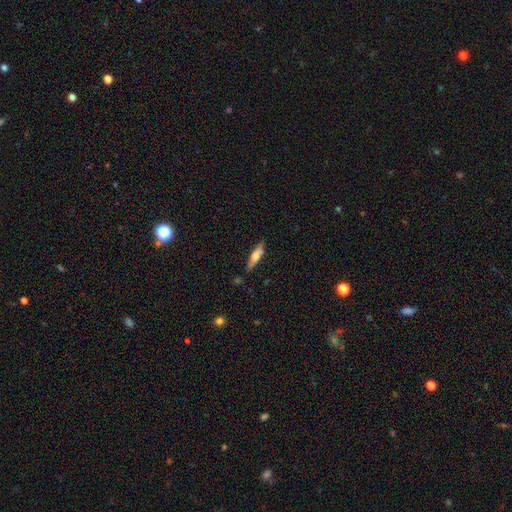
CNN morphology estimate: This appears to be a smooth galaxy with no disk features (51%) that is cigar-shaped (74%). Merging: none (81%).